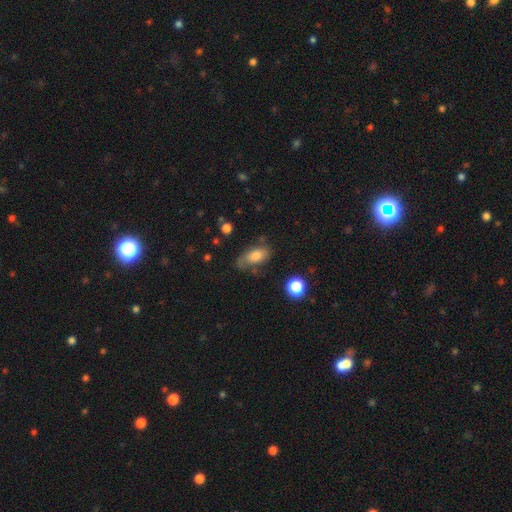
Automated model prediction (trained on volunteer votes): Q: Smooth or featured?
A: smooth (74%); runner-up: featured or disk (17%)
Q: How rounded?
A: in between (88%); runner-up: cigar-shaped (7%)
Q: Merging?
A: none (55%); runner-up: minor disturbance (29%)